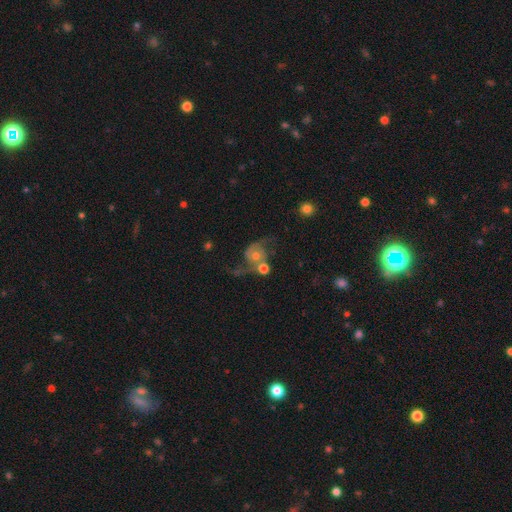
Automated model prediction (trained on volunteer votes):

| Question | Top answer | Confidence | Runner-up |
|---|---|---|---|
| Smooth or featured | featured or disk | 71% | smooth (20%) |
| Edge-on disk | no | 97% | yes (3%) |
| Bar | no | 75% | weak (22%) |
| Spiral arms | yes | 91% | no (9%) |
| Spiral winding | loose | 63% | medium (30%) |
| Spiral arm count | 2 | 88% | 1 (6%) |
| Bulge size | moderate | 53% | small (32%) |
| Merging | none | 37% | merger (28%) |